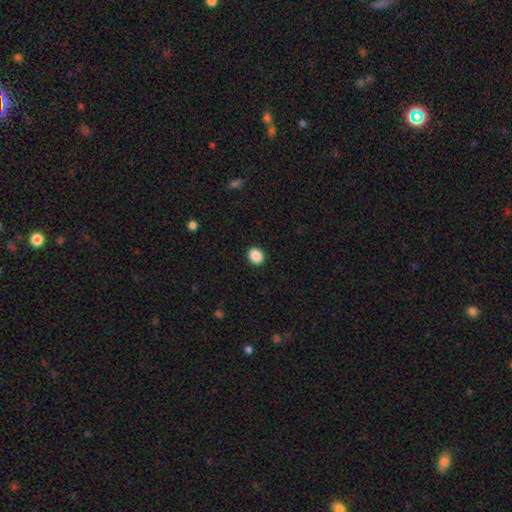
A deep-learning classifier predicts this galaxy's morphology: Smooth or featured: smooth — 89% (star or artifact — 8%)
How rounded: round — 58% (in between — 41%)
Merging: none — 92% (minor disturbance — 6%)